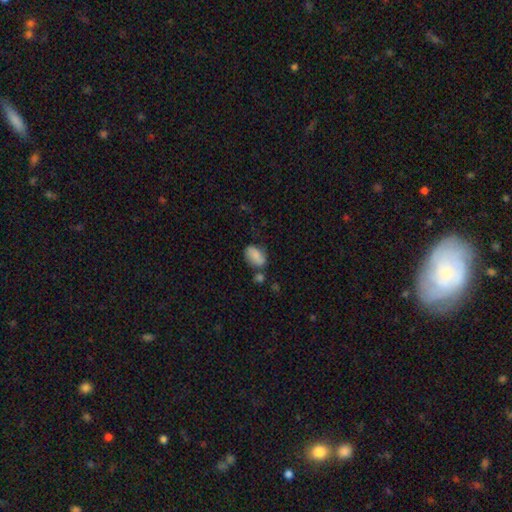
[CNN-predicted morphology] Smooth or featured?
  - smooth: 80% *
  - featured or disk: 12%
  - star or artifact: 8%
How rounded?
  - in between: 88% *
  - round: 10%
  - cigar-shaped: 2%
Merging?
  - none: 55% *
  - minor disturbance: 22%
  - merger: 16%
  - major disturbance: 7%